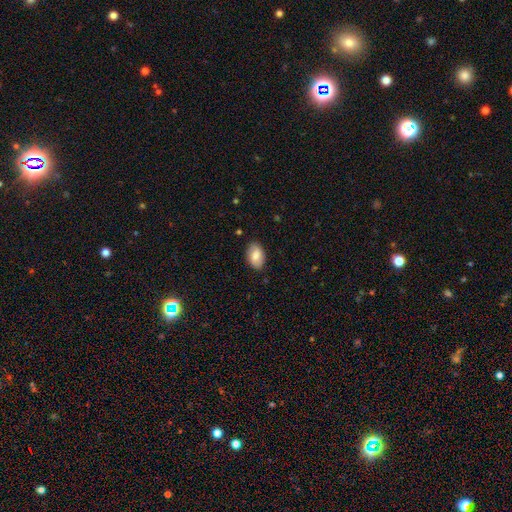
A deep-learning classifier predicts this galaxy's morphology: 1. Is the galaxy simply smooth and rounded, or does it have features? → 79% smooth, 14% featured or disk, 6% star or artifact.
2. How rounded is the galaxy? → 93% in between, 6% round, 1% cigar-shaped.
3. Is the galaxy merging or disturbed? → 86% none, 11% minor disturbance, 2% major disturbance, 1% merger.